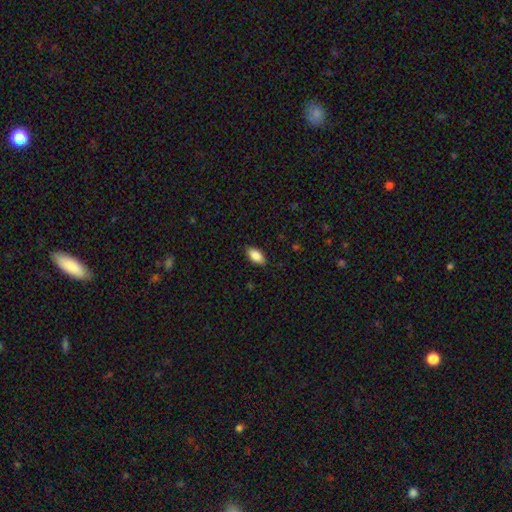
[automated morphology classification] A smooth galaxy with no disk features (86%) that is in between round and cigar-shaped (92%). Merging: none (88%).